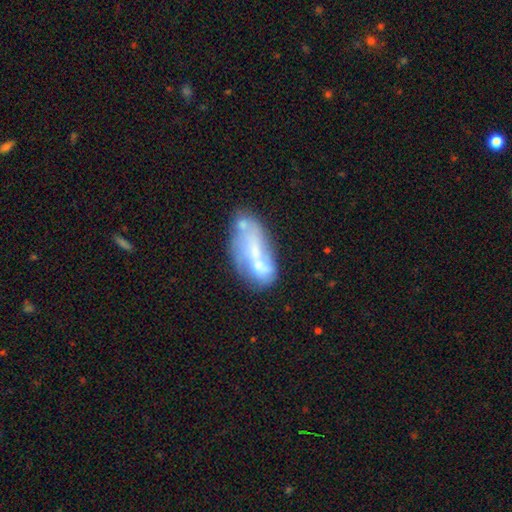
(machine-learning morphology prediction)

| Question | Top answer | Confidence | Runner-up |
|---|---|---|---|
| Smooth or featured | featured or disk | 50% | smooth (41%) |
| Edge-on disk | no | 92% | yes (8%) |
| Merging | none | 32% | merger (26%) |